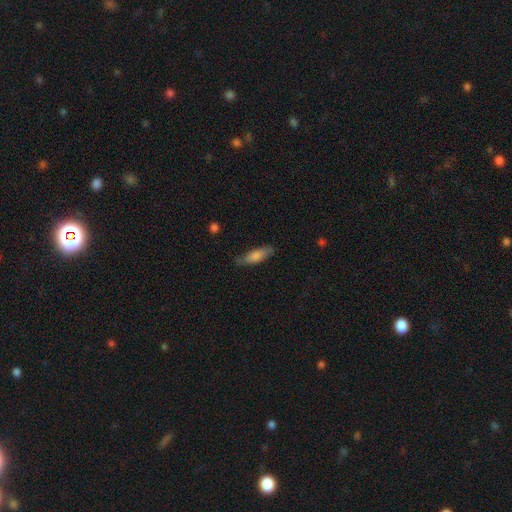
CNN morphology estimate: Q: Smooth or featured?
A: smooth (73%); runner-up: featured or disk (20%)
Q: How rounded?
A: cigar-shaped (51%); runner-up: in between (47%)
Q: Merging?
A: none (76%); runner-up: minor disturbance (18%)